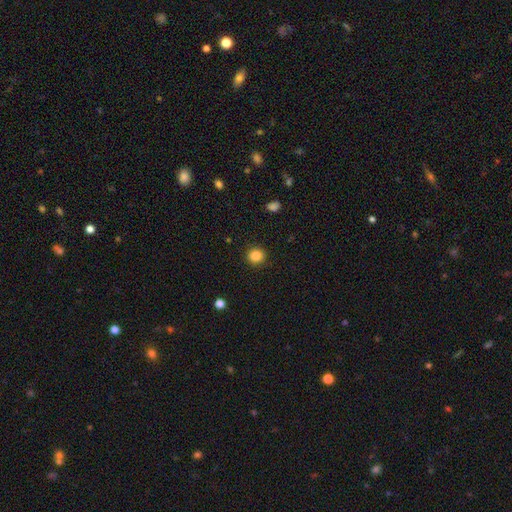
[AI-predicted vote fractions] Smooth or featured? Predicted: smooth (p=0.85). How rounded? Predicted: round (p=0.90). Merging? Predicted: none (p=0.91).